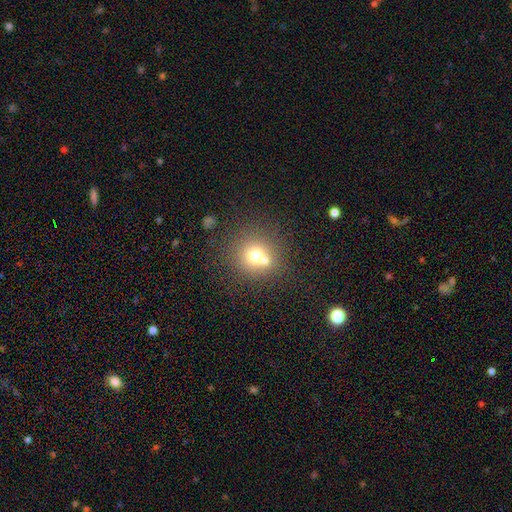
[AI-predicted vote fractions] Overall: smooth (67%). How rounded: round (90%). Merging: none (51%; merger 39%).